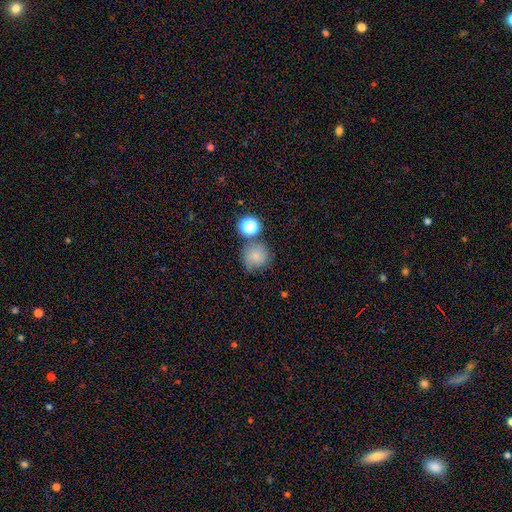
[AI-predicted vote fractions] Smooth or featured: smooth — 70% (featured or disk — 15%)
How rounded: round — 87% (in between — 12%)
Merging: none — 60% (minor disturbance — 20%)